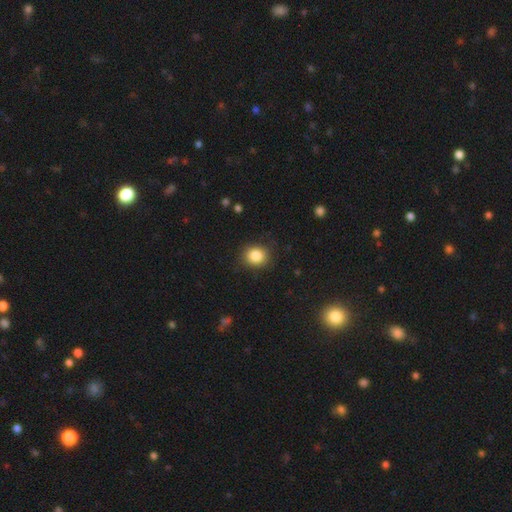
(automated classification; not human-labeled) Overall: smooth (85%). How rounded: round (78%). Merging: none (88%).